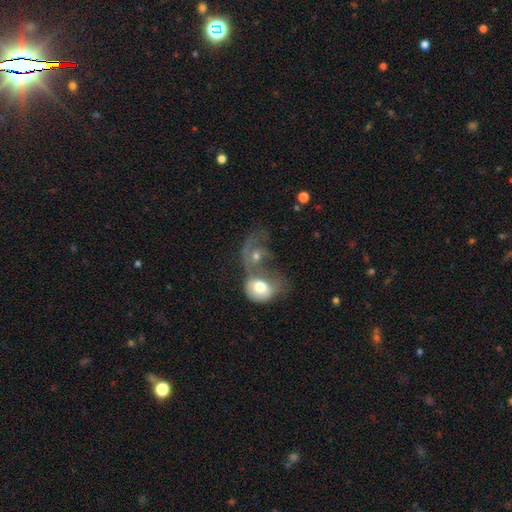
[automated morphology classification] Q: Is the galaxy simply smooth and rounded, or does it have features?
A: featured or disk — 48%.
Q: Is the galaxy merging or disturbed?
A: merger — 65%.